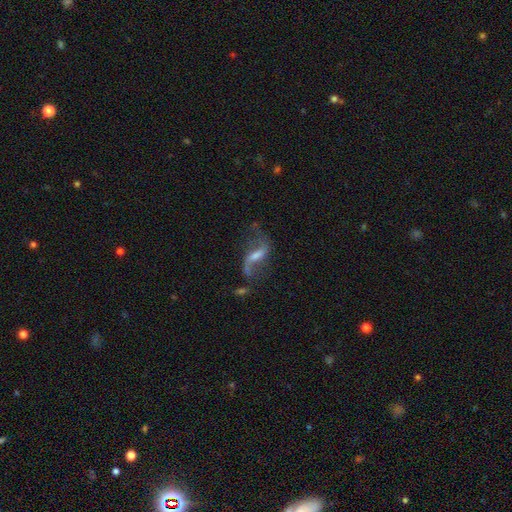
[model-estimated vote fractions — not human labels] A featured or disk galaxy (79%) with a weak bar (44%), 2 (88%) loose (88%) spiral arms (90%) and a small central bulge (38%). Merging: none (52%).